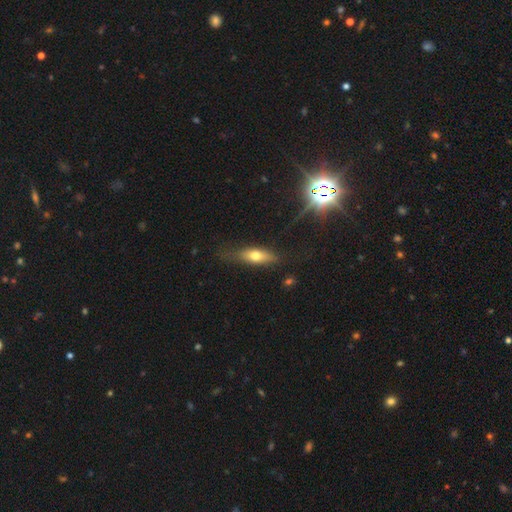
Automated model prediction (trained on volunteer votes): Smooth or featured? Predicted: smooth (p=0.61). How rounded? Predicted: in between (p=0.53). Merging? Predicted: none (p=0.69).